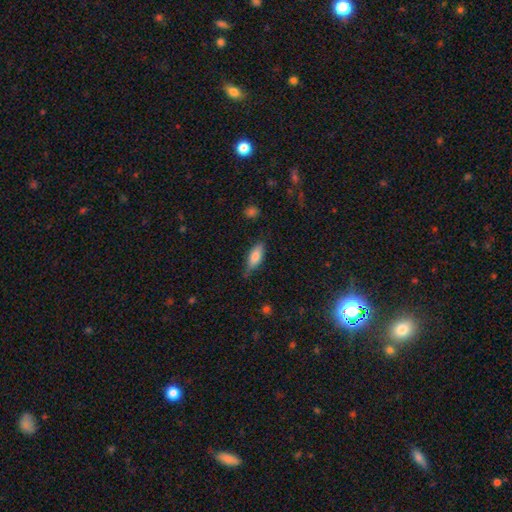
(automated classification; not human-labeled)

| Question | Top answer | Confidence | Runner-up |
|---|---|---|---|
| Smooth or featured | smooth | 73% | featured or disk (20%) |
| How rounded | in between | 67% | cigar-shaped (30%) |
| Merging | none | 68% | minor disturbance (25%) |